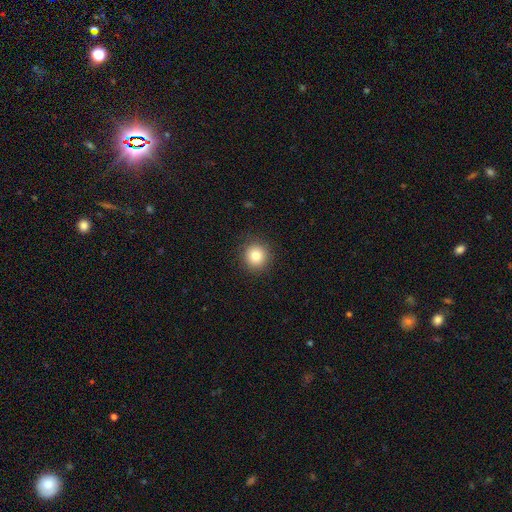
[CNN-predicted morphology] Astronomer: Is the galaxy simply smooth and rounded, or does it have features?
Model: smooth — 81%.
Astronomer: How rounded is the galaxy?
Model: round — 93%.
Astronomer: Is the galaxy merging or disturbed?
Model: none — 90%.